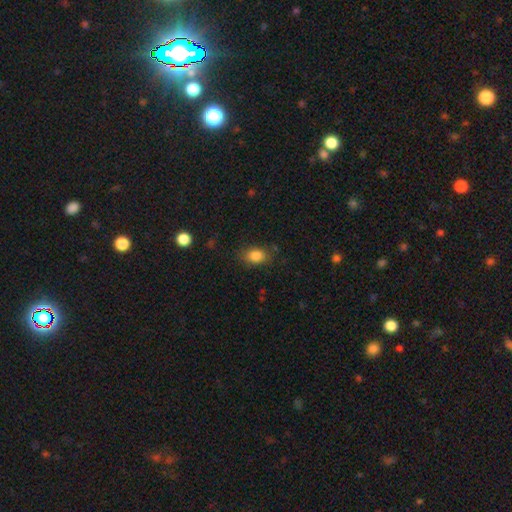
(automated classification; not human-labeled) Smooth or featured? smooth (85%)
How rounded? in between (79%)
Merging? none (80%)